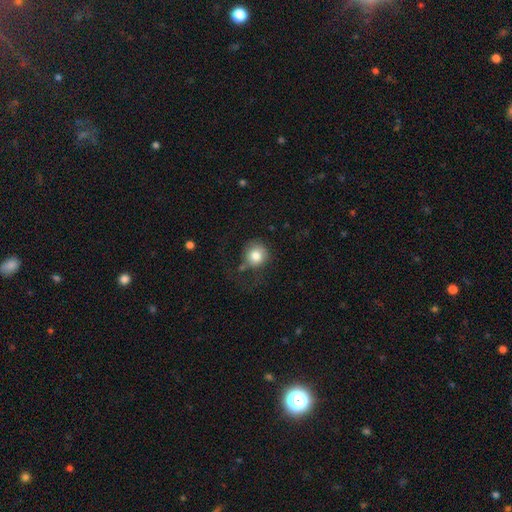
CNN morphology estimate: A smooth galaxy with no disk features (81%) that is round (90%). Merging: none (59%).